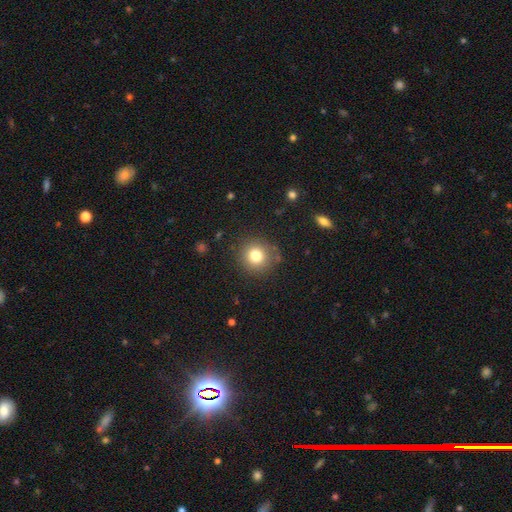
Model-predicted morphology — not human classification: Q: Smooth or featured?
A: smooth (79%); runner-up: star or artifact (13%)
Q: How rounded?
A: round (93%); runner-up: in between (6%)
Q: Merging?
A: none (86%); runner-up: minor disturbance (8%)